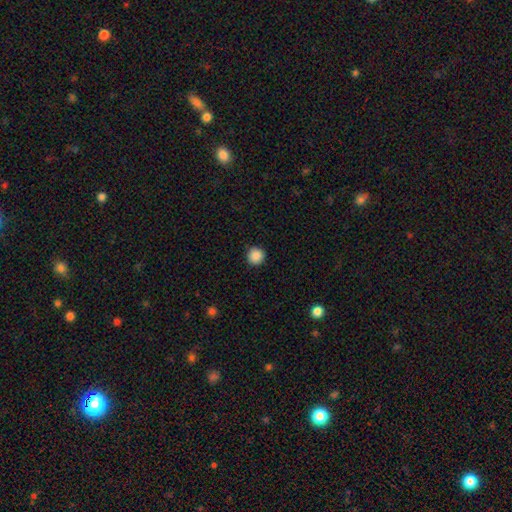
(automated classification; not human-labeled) Smooth or featured?
  - smooth: 88% *
  - star or artifact: 10%
  - featured or disk: 2%
How rounded?
  - round: 95% *
  - in between: 4%
  - cigar-shaped: 1%
Merging?
  - none: 91% *
  - minor disturbance: 6%
  - major disturbance: 2%
  - merger: 1%